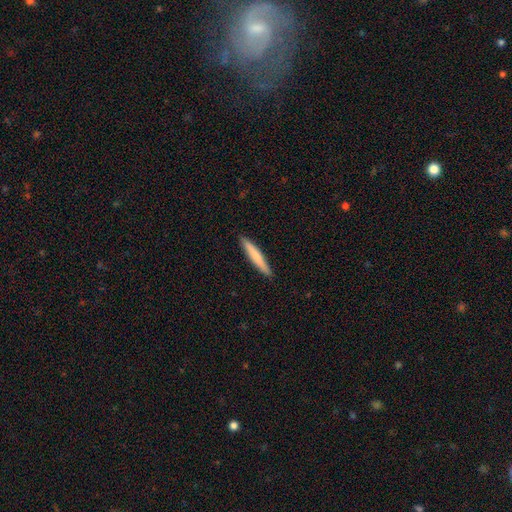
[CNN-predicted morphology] Smooth or featured? Predicted: smooth (p=0.71). How rounded? Predicted: cigar-shaped (p=0.95). Merging? Predicted: none (p=0.91).